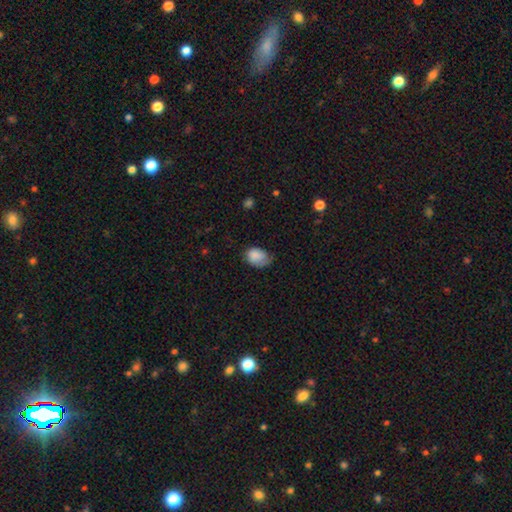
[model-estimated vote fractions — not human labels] The model was most divided on "merging": none: 42%, minor disturbance: 40%, major disturbance: 16%, merger: 2%. More confident: smooth or featured — smooth (84%); how rounded — in between (72%).